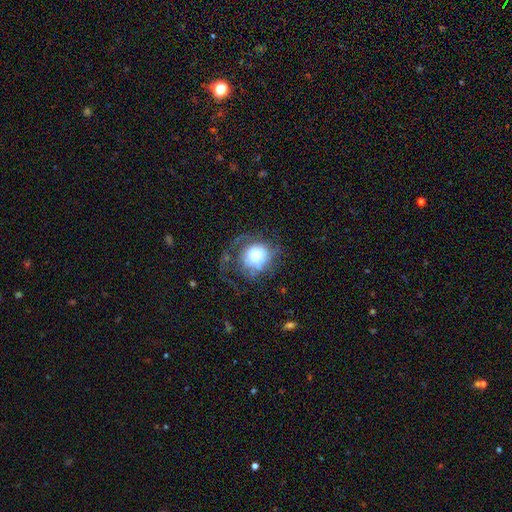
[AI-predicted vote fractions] Smooth or featured? featured or disk (53%)
Edge-on disk? no (96%)
Bar? no (76%)
Spiral arms? yes (66%)
Bulge size? moderate (35%)
Merging? none (39%)